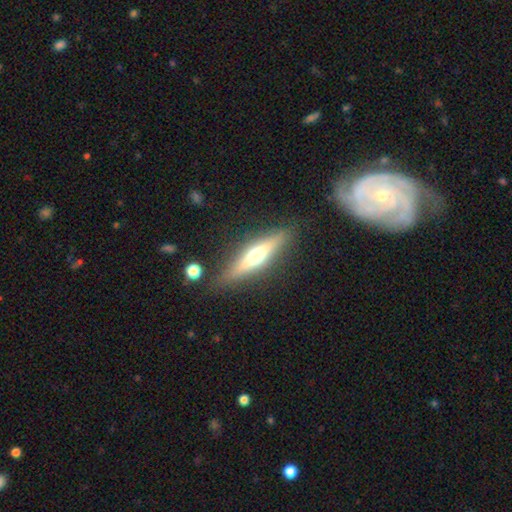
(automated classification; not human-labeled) Q: Smooth or featured?
A: featured or disk (55%); runner-up: smooth (38%)
Q: Edge-on disk?
A: yes (91%); runner-up: no (9%)
Q: Edge-on bulge?
A: rounded (89%); runner-up: none (6%)
Q: Merging?
A: none (84%); runner-up: minor disturbance (10%)